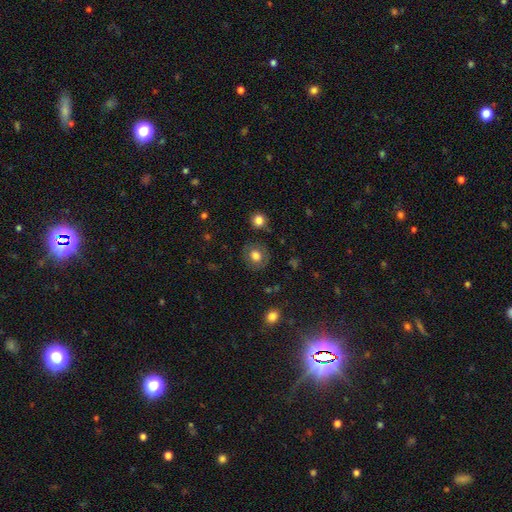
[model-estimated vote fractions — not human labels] Q: Smooth or featured?
A: smooth (72%); runner-up: featured or disk (19%)
Q: How rounded?
A: round (78%); runner-up: in between (21%)
Q: Merging?
A: none (83%); runner-up: minor disturbance (11%)